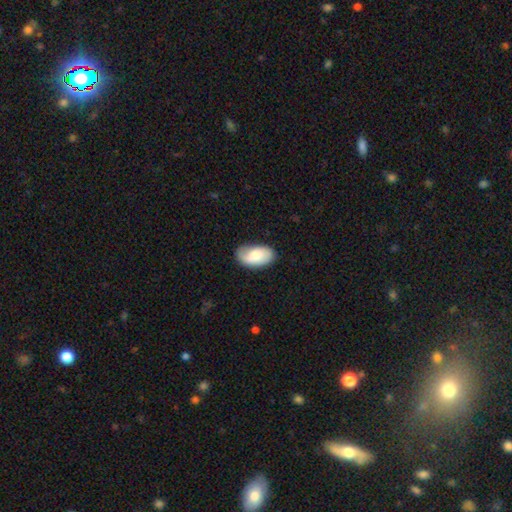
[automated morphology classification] smooth 74%, featured or disk 20%, star or artifact 6%. Down the decision tree: how rounded — in between (95%); merging — none (73%).